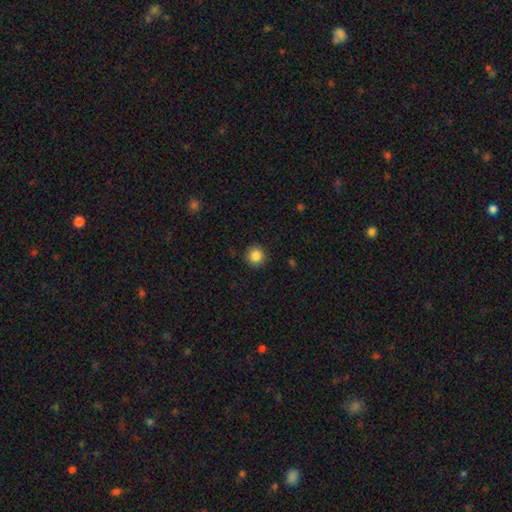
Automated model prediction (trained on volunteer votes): smooth_or_featured: smooth (p=0.85) [alt: star or artifact p=0.10]
how_rounded: round (p=0.95) [alt: in between p=0.04]
merging: none (p=0.92) [alt: minor disturbance p=0.05]